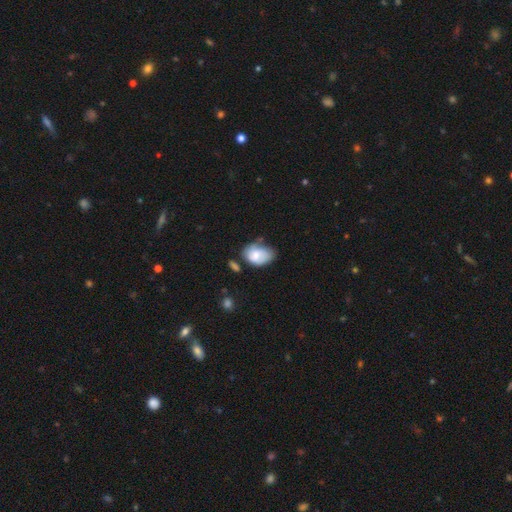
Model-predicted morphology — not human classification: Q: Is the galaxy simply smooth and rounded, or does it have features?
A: smooth — 72%.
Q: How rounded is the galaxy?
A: in between — 82%.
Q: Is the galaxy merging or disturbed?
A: minor disturbance — 39%.